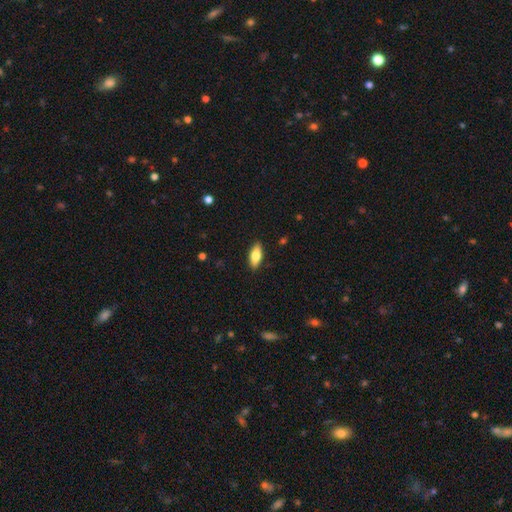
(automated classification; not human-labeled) smooth-or-featured: smooth: 73% | featured or disk: 21% | star or artifact: 6%
  how-rounded: in between: 76% | cigar-shaped: 21% | round: 2%
  merging: none: 89% | minor disturbance: 9% | major disturbance: 2% | merger: 1%